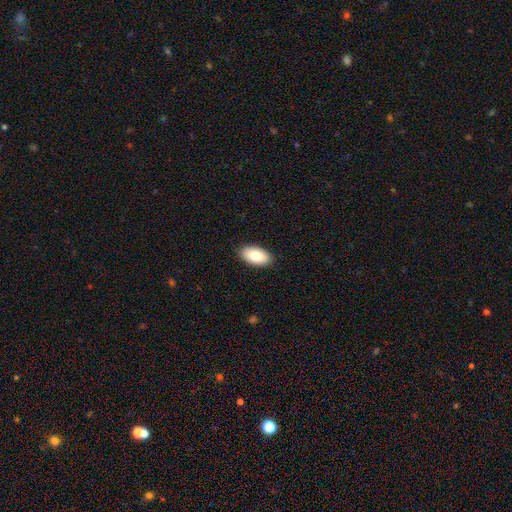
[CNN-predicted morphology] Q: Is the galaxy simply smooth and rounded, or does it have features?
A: smooth — 84%.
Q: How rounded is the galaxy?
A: in between — 95%.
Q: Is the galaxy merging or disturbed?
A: none — 89%.